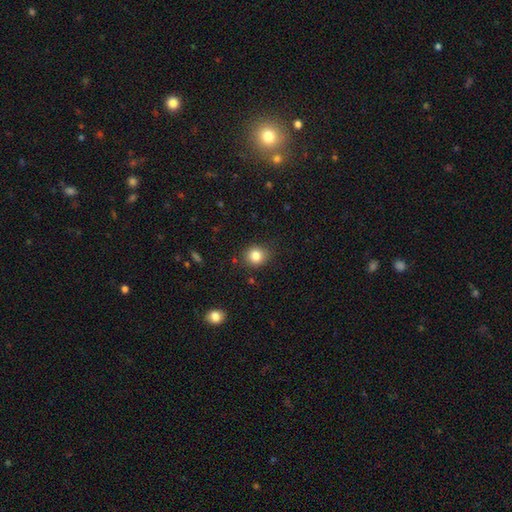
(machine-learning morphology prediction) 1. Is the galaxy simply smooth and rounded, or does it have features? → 83% smooth, 11% star or artifact, 6% featured or disk.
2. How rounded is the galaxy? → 78% round, 21% in between, 1% cigar-shaped.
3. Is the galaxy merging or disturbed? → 84% none, 11% minor disturbance, 3% major disturbance, 2% merger.